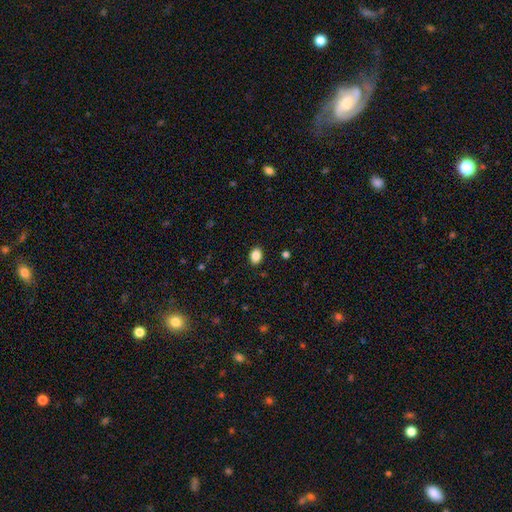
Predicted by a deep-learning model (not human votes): smooth-or-featured: smooth: 87% | star or artifact: 9% | featured or disk: 4%
  how-rounded: in between: 73% | round: 26% | cigar-shaped: 1%
  merging: none: 89% | minor disturbance: 8% | major disturbance: 2% | merger: 1%